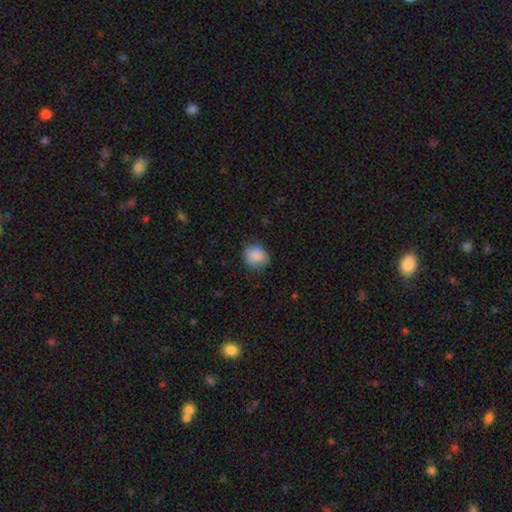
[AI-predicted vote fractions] This appears to be a smooth galaxy with no disk features (87%) that is round (78%). Merging: none (77%).